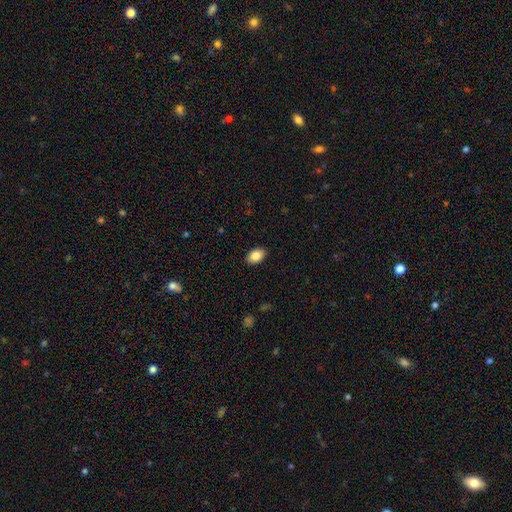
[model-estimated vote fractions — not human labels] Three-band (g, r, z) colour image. It shows a smooth galaxy with no disk features (85%) that is in between round and cigar-shaped (87%). Merging: none (89%).